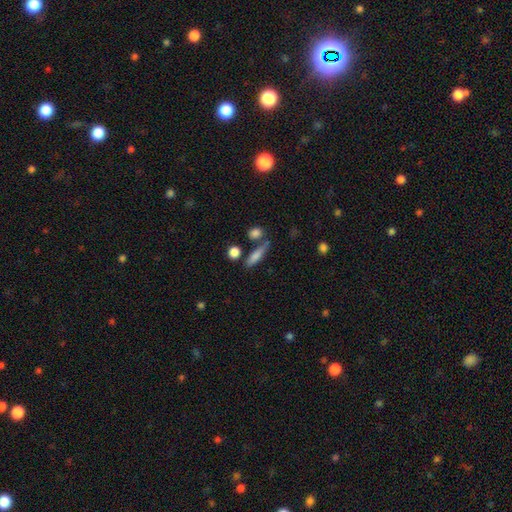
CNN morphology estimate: A smooth galaxy with no disk features (69%) that is cigar-shaped (63%). Merging: none (67%).